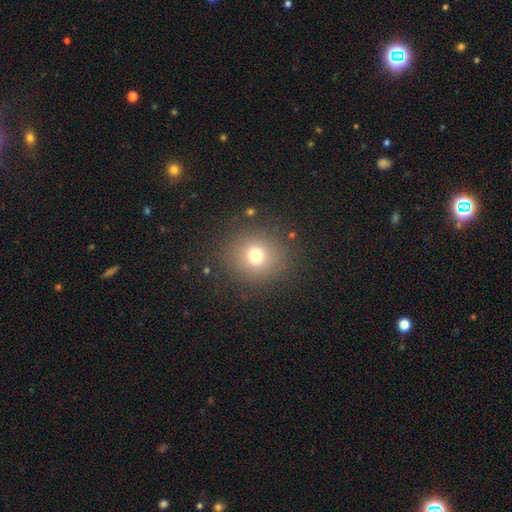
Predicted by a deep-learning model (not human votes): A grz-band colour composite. It shows a smooth galaxy with no disk features (72%) that is round (89%). Merging: none (86%).